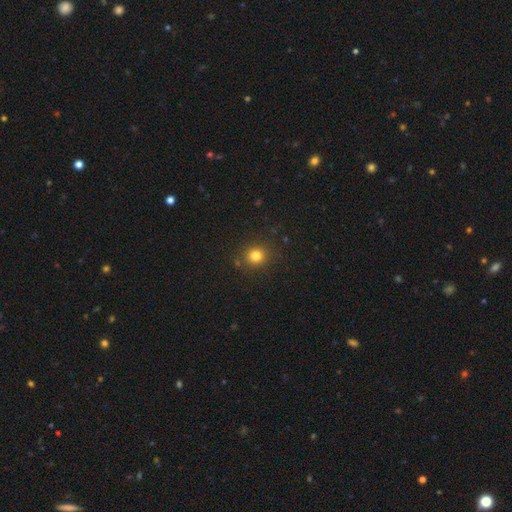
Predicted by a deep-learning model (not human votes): This is likely a smooth galaxy (80%). How rounded: clearly round (90%). Merging: clearly none (87%).